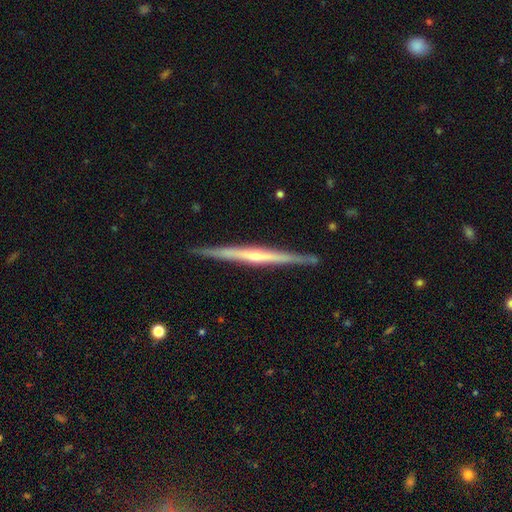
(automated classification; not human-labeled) Smooth or featured: featured or disk — 76% (smooth — 19%)
Edge-on disk: yes — 98% (no — 2%)
Edge-on bulge: rounded — 50% (none — 43%)
Merging: none — 91% (minor disturbance — 7%)